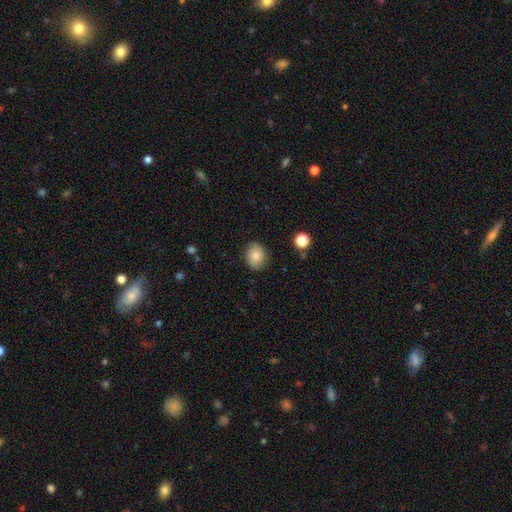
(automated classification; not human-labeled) Smooth or featured? smooth (81%)
How rounded? round (53%)
Merging? none (84%)